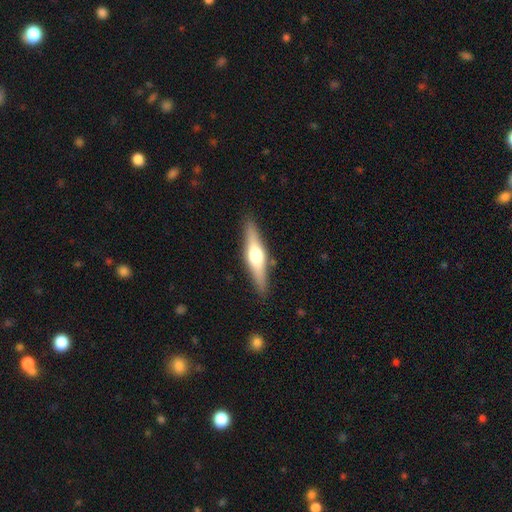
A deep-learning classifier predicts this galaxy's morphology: The model was most divided on "smooth or featured": featured or disk: 58%, smooth: 36%, star or artifact: 6%. More confident: edge-on disk — yes (94%); edge-on bulge — rounded (93%); merging — none (88%).